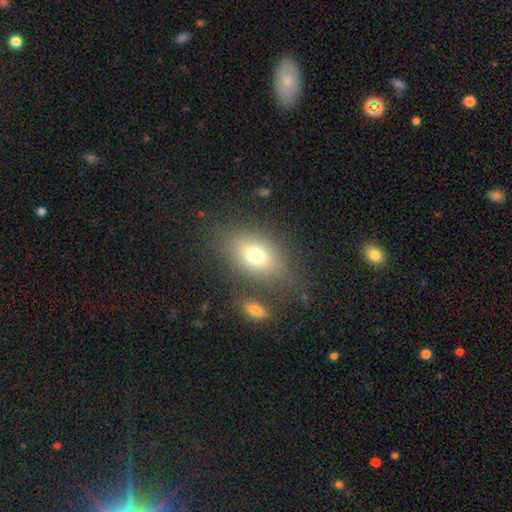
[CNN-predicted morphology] Q: Smooth or featured?
A: smooth (70%); runner-up: featured or disk (18%)
Q: How rounded?
A: in between (76%); runner-up: round (20%)
Q: Merging?
A: none (71%); runner-up: minor disturbance (14%)